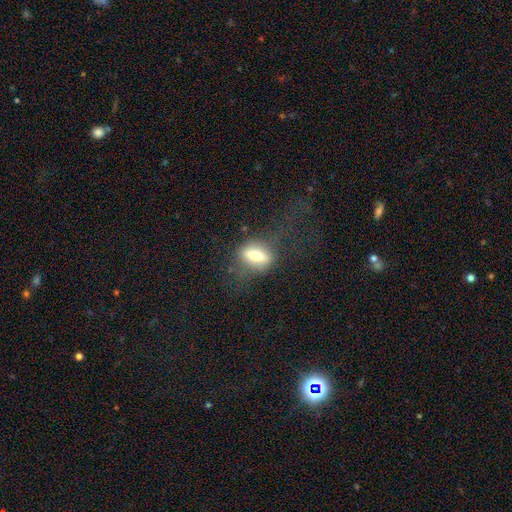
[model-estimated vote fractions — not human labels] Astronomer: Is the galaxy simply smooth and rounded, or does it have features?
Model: smooth — 56% (runner-up: featured or disk, 35%).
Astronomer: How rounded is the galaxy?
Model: in between — 70%.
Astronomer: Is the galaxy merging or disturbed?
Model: none — 63%.